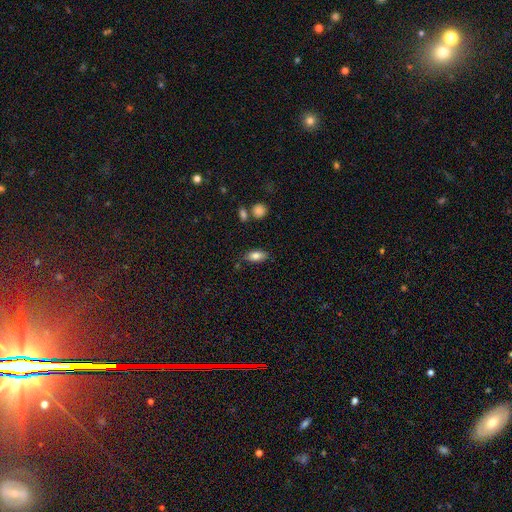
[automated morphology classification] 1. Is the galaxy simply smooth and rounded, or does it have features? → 82% smooth, 10% featured or disk, 8% star or artifact.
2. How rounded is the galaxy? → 88% in between, 8% cigar-shaped, 4% round.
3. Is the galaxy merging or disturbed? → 79% none, 13% minor disturbance, 4% merger, 3% major disturbance.